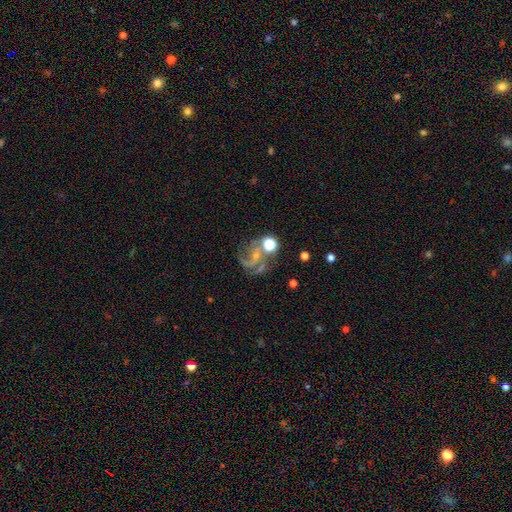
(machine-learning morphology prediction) This appears to be a featured or disk galaxy (72%) with no bar (55%), 2 (55%) medium (47%) spiral arms (92%) and a small central bulge (60%). Merging: none (43%).